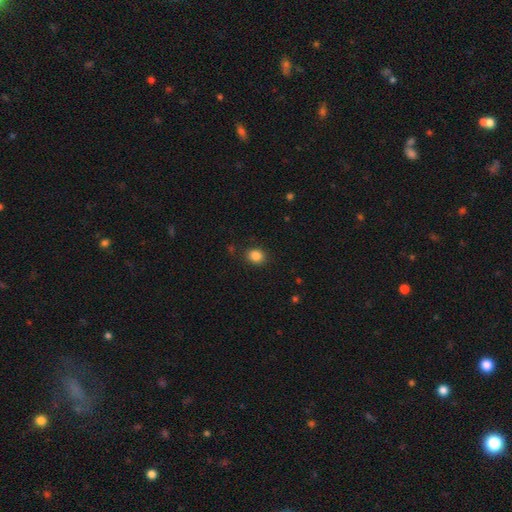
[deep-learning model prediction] Smooth or featured: smooth — 85% (star or artifact — 11%)
How rounded: round — 65% (in between — 34%)
Merging: none — 88% (minor disturbance — 8%)